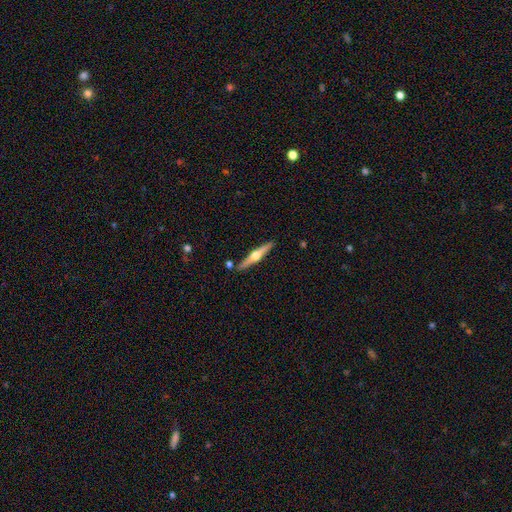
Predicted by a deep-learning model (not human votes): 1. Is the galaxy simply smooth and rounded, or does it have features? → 72% featured or disk, 23% smooth, 5% star or artifact.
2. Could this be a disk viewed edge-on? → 97% yes, 3% no.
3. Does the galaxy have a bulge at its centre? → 96% rounded, 2% boxy, 2% none.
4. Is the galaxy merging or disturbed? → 87% none, 8% minor disturbance, 3% merger, 2% major disturbance.